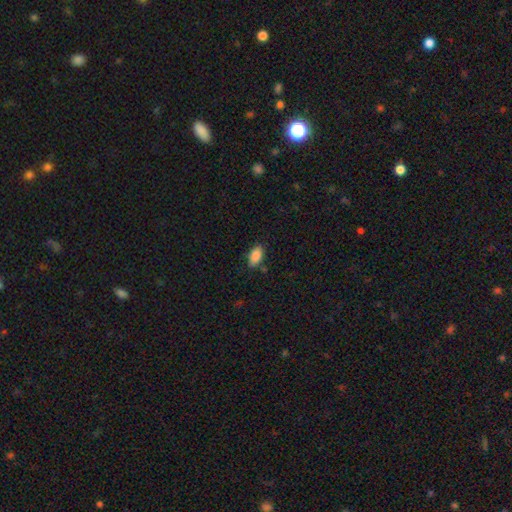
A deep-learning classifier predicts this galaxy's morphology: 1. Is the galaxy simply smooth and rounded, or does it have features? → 87% smooth, 7% star or artifact, 5% featured or disk.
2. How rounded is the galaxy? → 92% in between, 4% cigar-shaped, 4% round.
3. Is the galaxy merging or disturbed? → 79% none, 15% minor disturbance, 3% major disturbance, 3% merger.